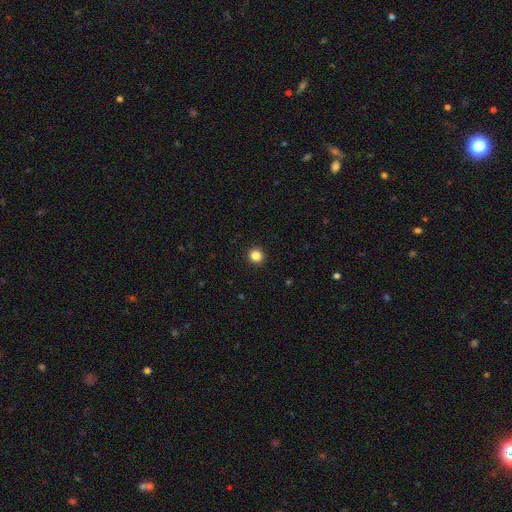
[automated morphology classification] smooth 85%, star or artifact 11%, featured or disk 4%. Down the decision tree: how rounded — round (94%); merging — none (93%).